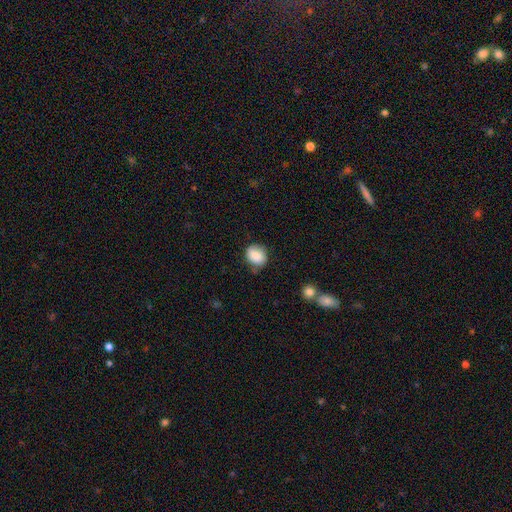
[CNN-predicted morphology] A smooth galaxy with no disk features (86%) that is round (59%). Merging: none (70%).